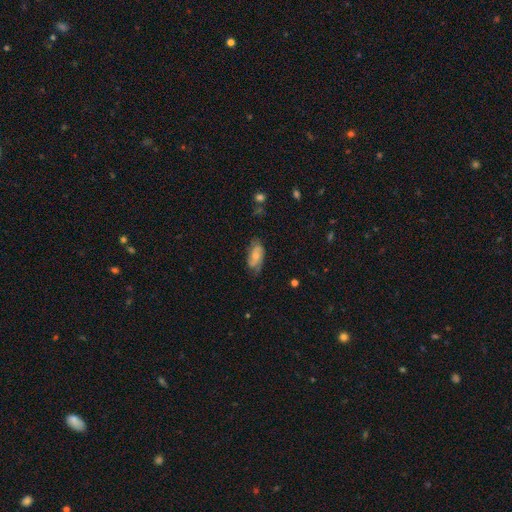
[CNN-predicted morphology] featured or disk 54%, smooth 39%, star or artifact 7%. Down the decision tree: edge-on disk — no (92%); bar — no (60%); spiral arms — yes (84%); bulge size — small (49%); merging — none (66%).